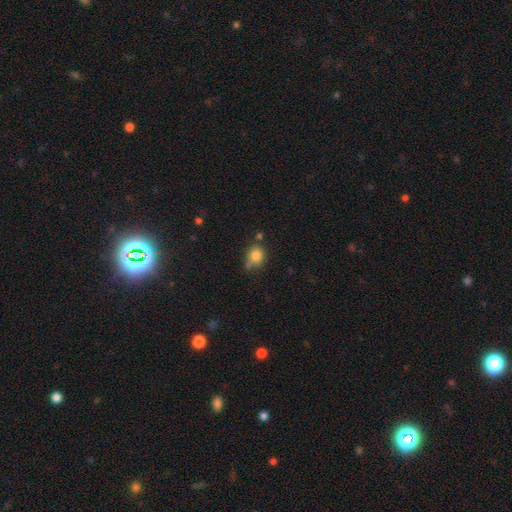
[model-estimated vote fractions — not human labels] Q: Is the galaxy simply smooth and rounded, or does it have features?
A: smooth — 81%.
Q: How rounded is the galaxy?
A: round — 65%.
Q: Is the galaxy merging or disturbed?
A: none — 53%.